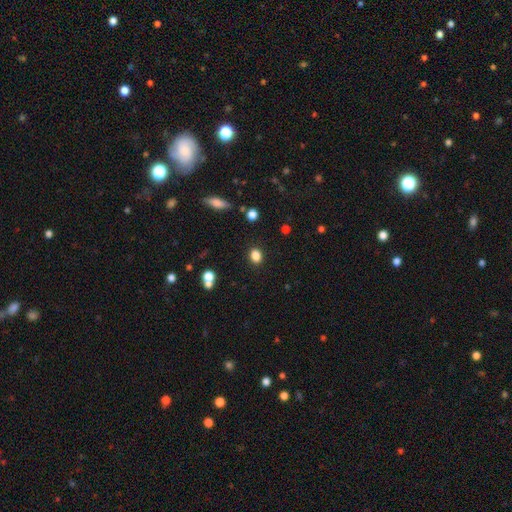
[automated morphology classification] Smooth or featured: smooth — 84% (star or artifact — 11%)
How rounded: in between — 53% (round — 45%)
Merging: none — 87% (minor disturbance — 8%)